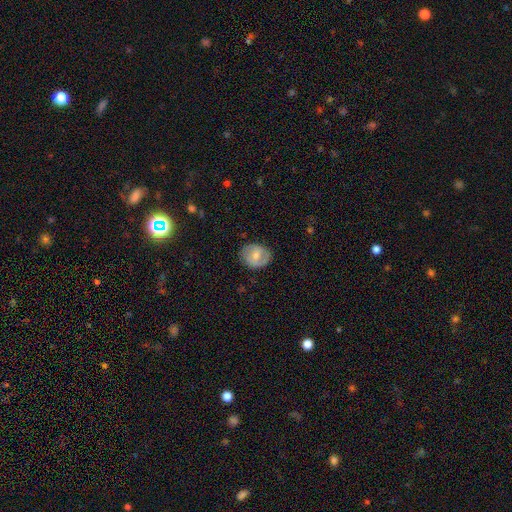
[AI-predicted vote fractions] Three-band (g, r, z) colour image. It shows a smooth galaxy with no disk features (51%) that is round (61%). Merging: none (78%).